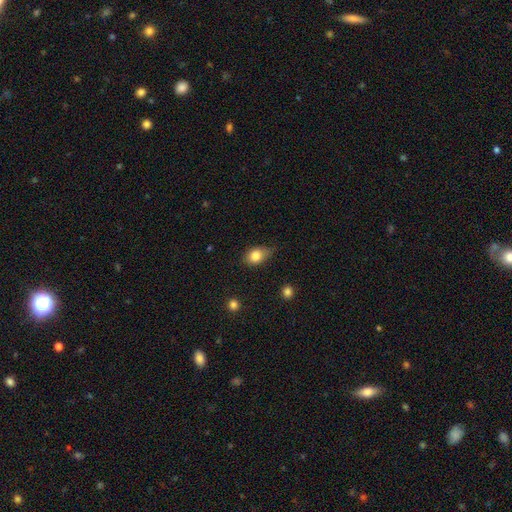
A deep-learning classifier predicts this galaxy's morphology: Smooth or featured: smooth — 81% (featured or disk — 10%)
How rounded: in between — 67% (round — 31%)
Merging: none — 54% (minor disturbance — 36%)